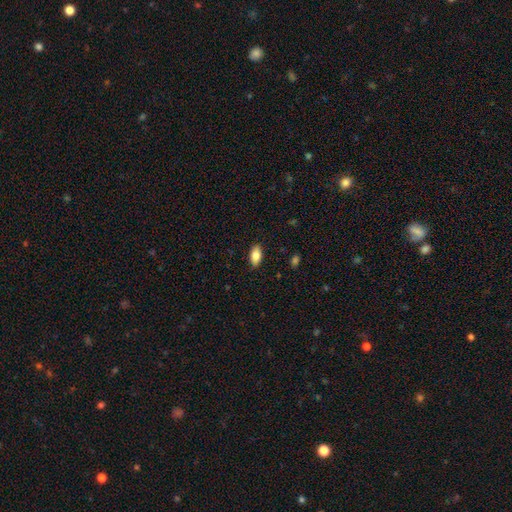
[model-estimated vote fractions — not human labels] smooth-or-featured: smooth: 81% | featured or disk: 12% | star or artifact: 7%
  how-rounded: in between: 89% | cigar-shaped: 7% | round: 3%
  merging: none: 88% | minor disturbance: 9% | major disturbance: 2% | merger: 1%